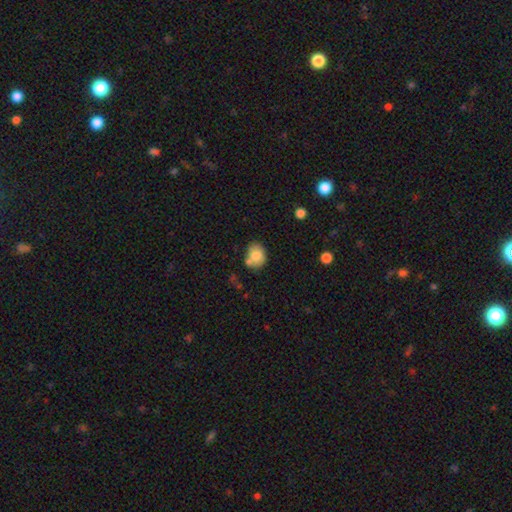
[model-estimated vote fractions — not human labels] The model was most divided on "how rounded": in between: 51%, round: 48%, cigar-shaped: 1%. More confident: smooth or featured — smooth (78%); merging — none (57%).